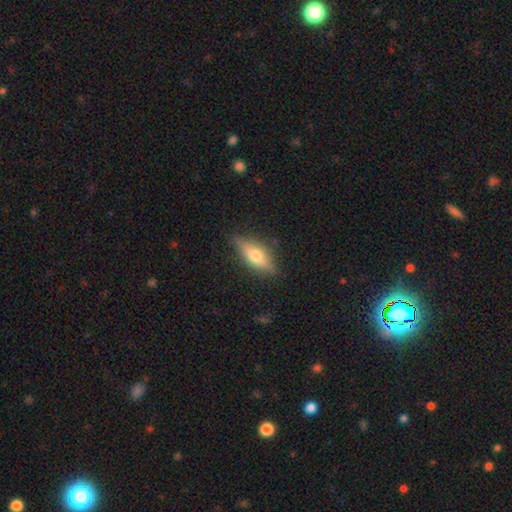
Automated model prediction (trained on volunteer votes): featured or disk 49%, smooth 44%, star or artifact 8%. Down the decision tree: merging — none (82%).